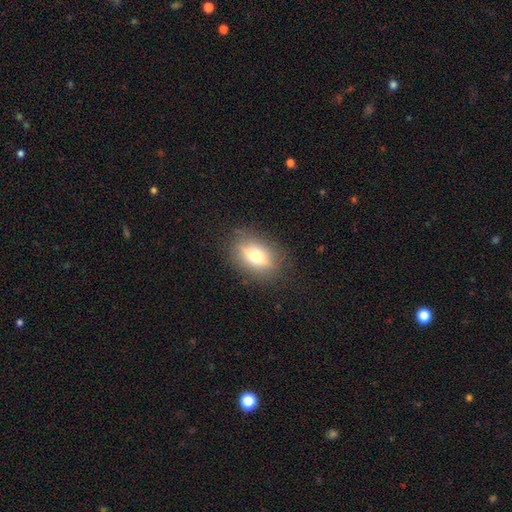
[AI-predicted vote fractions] Overall: smooth (57%; featured or disk 33%). How rounded: in between (73%). Merging: none (82%).